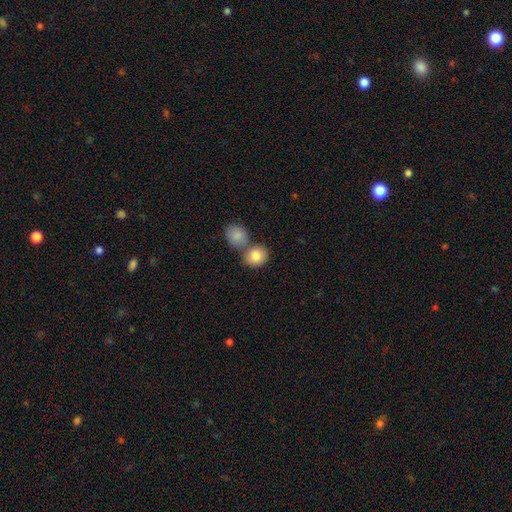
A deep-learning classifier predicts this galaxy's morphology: Overall: smooth (86%). How rounded: round (67%; in between 32%). Merging: none (45%; merger 43%).